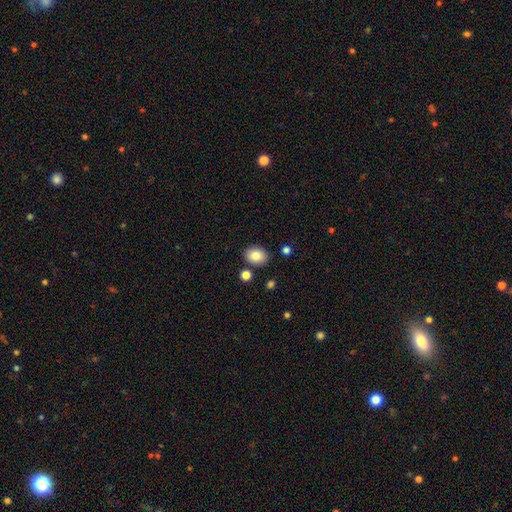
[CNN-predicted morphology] smooth-or-featured: smooth: 84% | star or artifact: 9% | featured or disk: 7%
  how-rounded: in between: 57% | round: 42% | cigar-shaped: 1%
  merging: none: 86% | minor disturbance: 8% | merger: 4% | major disturbance: 2%